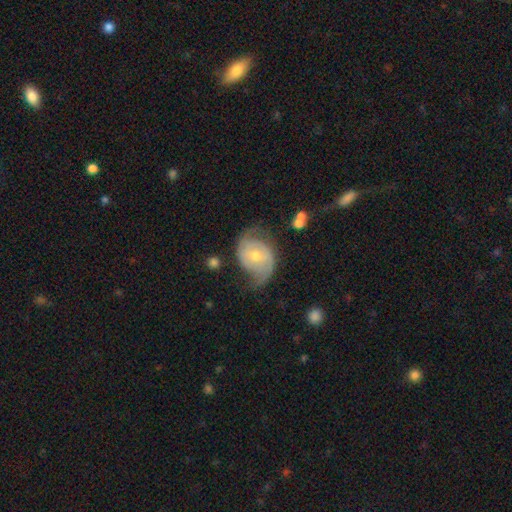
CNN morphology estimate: Q: Smooth or featured?
A: featured or disk (78%); runner-up: smooth (16%)
Q: Edge-on disk?
A: no (97%); runner-up: yes (3%)
Q: Bar?
A: no (60%); runner-up: weak (33%)
Q: Spiral arms?
A: yes (91%); runner-up: no (9%)
Q: Spiral winding?
A: medium (41%); runner-up: loose (35%)
Q: Spiral arm count?
A: 2 (85%); runner-up: can't tell (8%)
Q: Bulge size?
A: moderate (51%); runner-up: small (45%)
Q: Merging?
A: none (59%); runner-up: minor disturbance (24%)